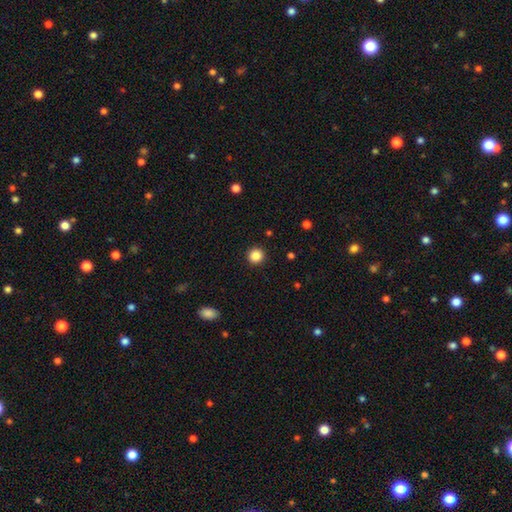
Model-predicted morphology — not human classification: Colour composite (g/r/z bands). It shows a smooth galaxy with no disk features (86%) that is round (95%). Merging: none (93%).